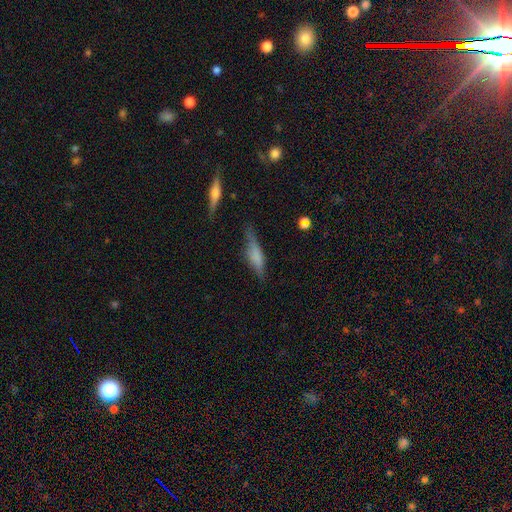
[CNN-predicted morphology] A smooth galaxy with no disk features (52%) that is cigar-shaped (71%). Merging: none (66%).